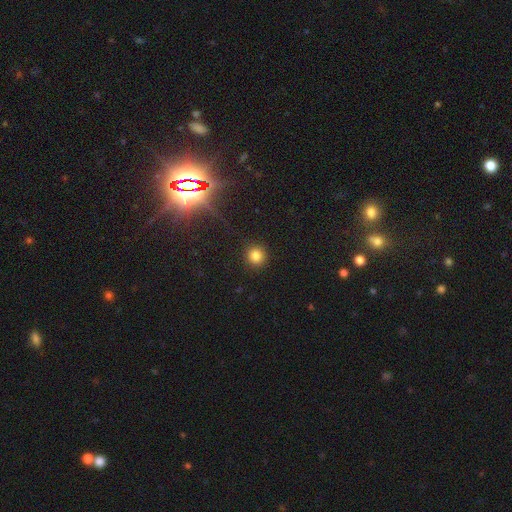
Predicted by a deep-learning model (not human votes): This is clearly a smooth galaxy (80%). How rounded: clearly round (94%). Merging: clearly none (92%).